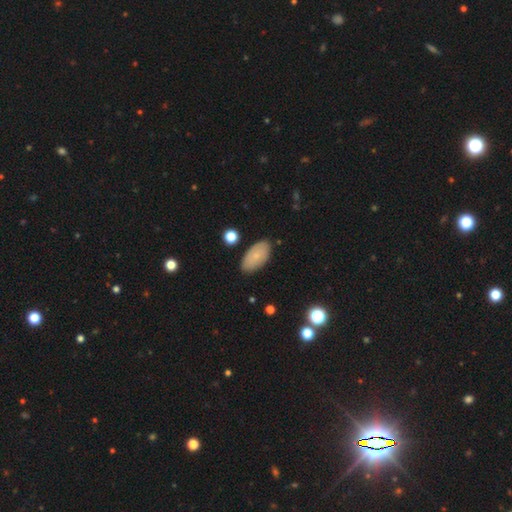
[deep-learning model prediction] smooth 75%, featured or disk 18%, star or artifact 7%. Down the decision tree: how rounded — in between (94%); merging — none (83%).